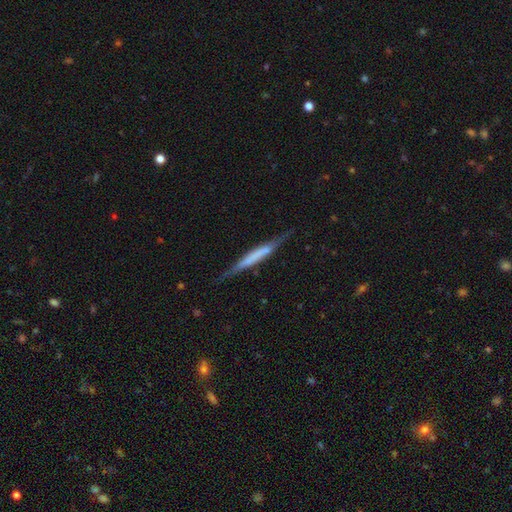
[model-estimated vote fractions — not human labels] Smooth or featured: featured or disk — 57% (smooth — 37%)
Edge-on disk: yes — 95% (no — 5%)
Edge-on bulge: none — 57% (boxy — 29%)
Merging: none — 77% (minor disturbance — 17%)